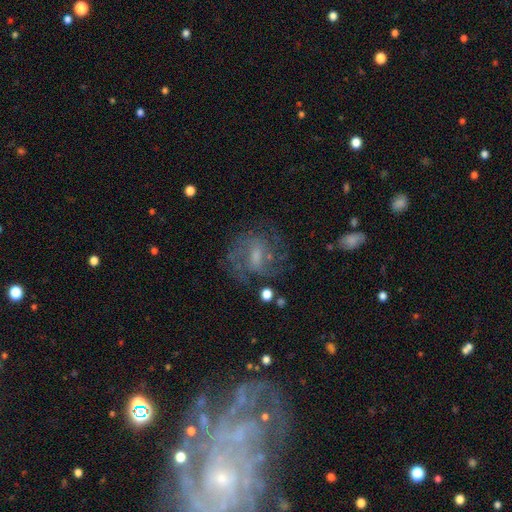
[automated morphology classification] Overall: featured or disk (72%). Edge-on disk: no (97%). Bar: weak (55%; no 30%). Spiral arms: yes (86%). Spiral arm count: 2 (33%, tied with can't tell). Spiral winding: medium (48%; tight 34%). Bulge size: small (42%; moderate 36%). Merging: none (65%).